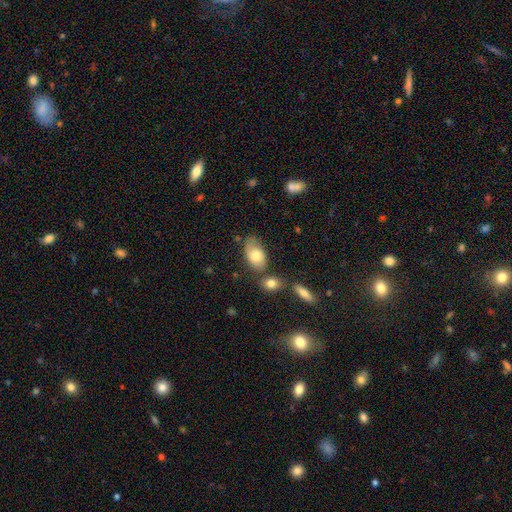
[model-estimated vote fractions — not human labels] Smooth or featured: smooth — 70% (featured or disk — 23%)
How rounded: in between — 91% (round — 7%)
Merging: none — 52% (minor disturbance — 27%)